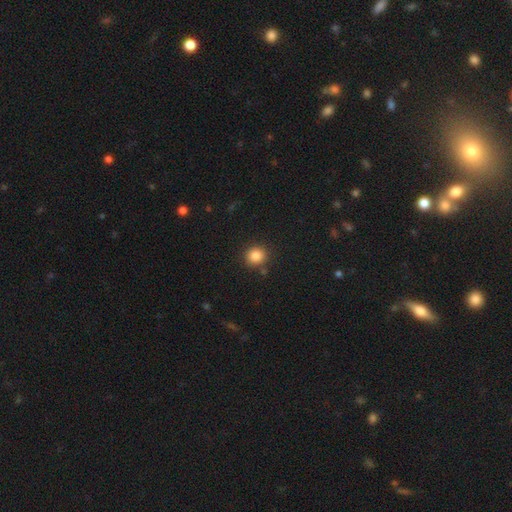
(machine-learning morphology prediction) The model was most divided on "smooth or featured": smooth: 85%, star or artifact: 11%, featured or disk: 4%. More confident: how rounded — round (88%); merging — none (87%).